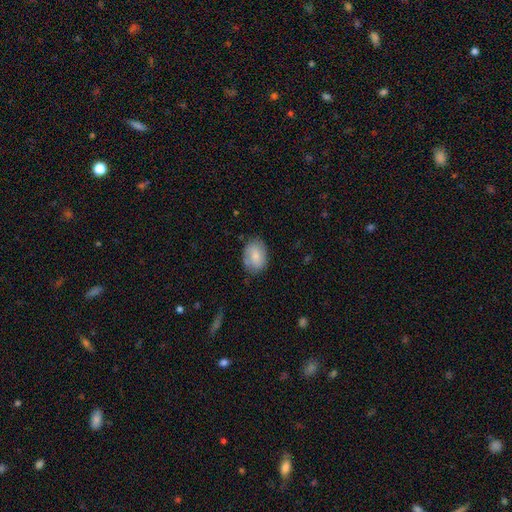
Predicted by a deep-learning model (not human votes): Overall: smooth (72%). How rounded: in between (78%). Merging: none (71%).